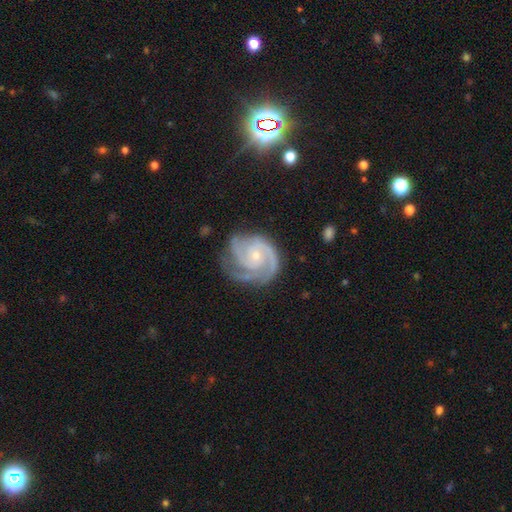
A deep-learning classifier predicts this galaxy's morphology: Smooth or featured? featured or disk (91%)
Edge-on disk? no (98%)
Bar? no (72%)
Spiral arms? yes (98%)
Spiral winding? tight (60%)
Spiral arm count? 3 (48%)
Bulge size? small (72%)
Merging? none (68%)